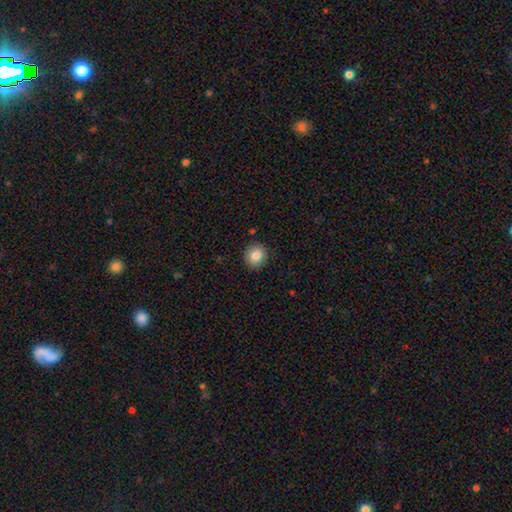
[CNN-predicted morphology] smooth 84%, star or artifact 9%, featured or disk 7%. Down the decision tree: how rounded — round (89%); merging — none (90%).